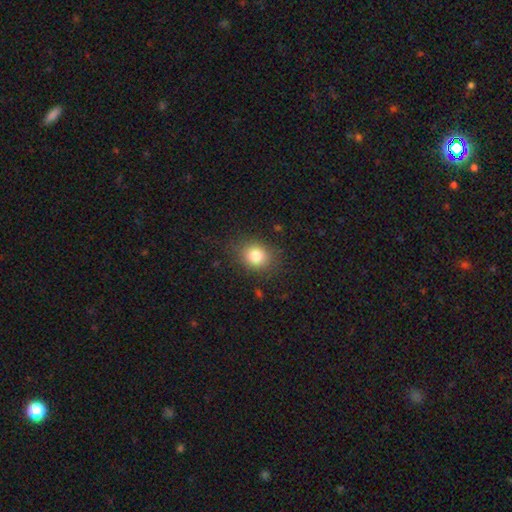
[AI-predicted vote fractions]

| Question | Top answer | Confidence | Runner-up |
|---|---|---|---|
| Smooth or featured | smooth | 82% | star or artifact (11%) |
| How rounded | round | 64% | in between (35%) |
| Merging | none | 82% | minor disturbance (12%) |